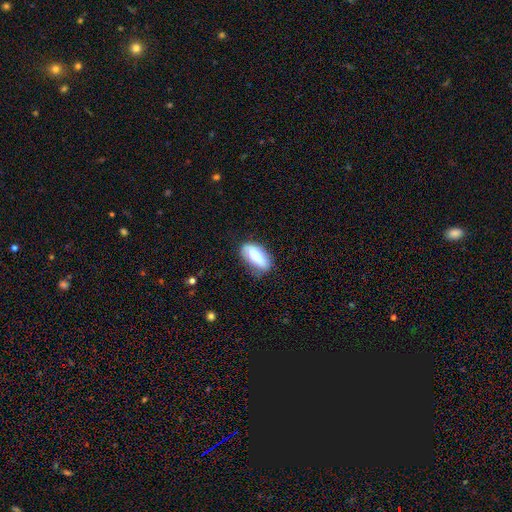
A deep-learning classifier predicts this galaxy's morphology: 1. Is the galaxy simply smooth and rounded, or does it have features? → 62% smooth, 32% featured or disk, 7% star or artifact.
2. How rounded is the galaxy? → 86% in between, 10% cigar-shaped, 4% round.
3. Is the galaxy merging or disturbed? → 72% none, 21% minor disturbance, 6% major disturbance, 2% merger.